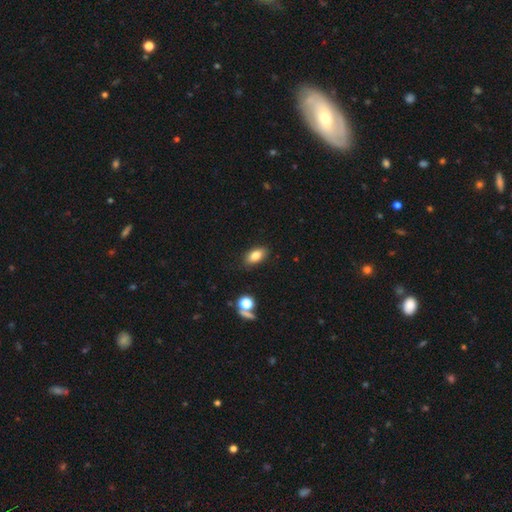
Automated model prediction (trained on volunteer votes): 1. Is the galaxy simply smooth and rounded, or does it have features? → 80% smooth, 10% star or artifact, 10% featured or disk.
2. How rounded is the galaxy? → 87% in between, 6% cigar-shaped, 6% round.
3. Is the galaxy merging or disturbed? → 87% none, 9% minor disturbance, 2% major disturbance, 2% merger.